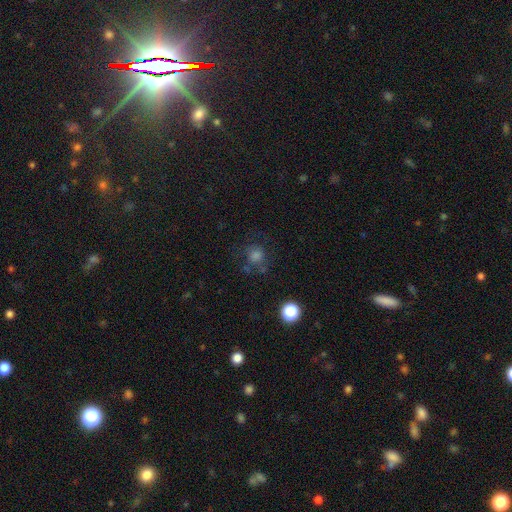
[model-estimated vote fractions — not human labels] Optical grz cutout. It shows a smooth galaxy with no disk features (60%) that is round (85%). Merging: none (66%).